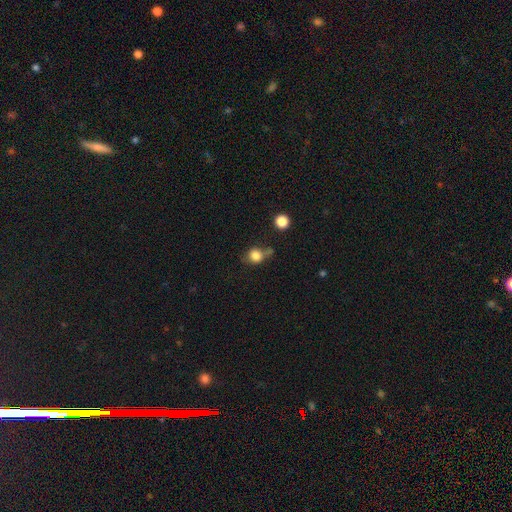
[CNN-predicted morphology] Overall: smooth (81%). How rounded: round (75%). Merging: none (53%; minor disturbance 22%).